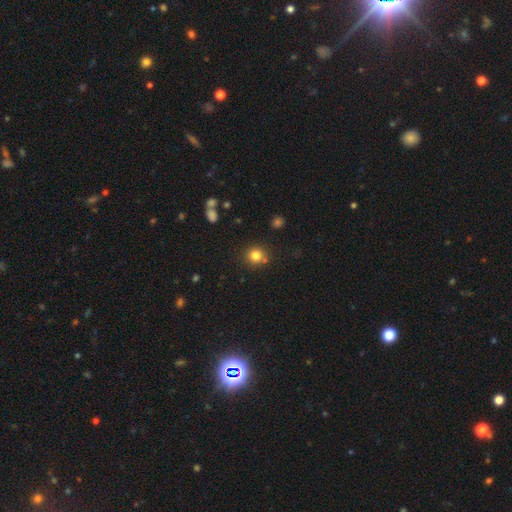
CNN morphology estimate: smooth-or-featured: smooth: 81% | star or artifact: 13% | featured or disk: 6%
  how-rounded: round: 90% | in between: 9% | cigar-shaped: 1%
  merging: none: 78% | merger: 10% | minor disturbance: 9% | major disturbance: 3%